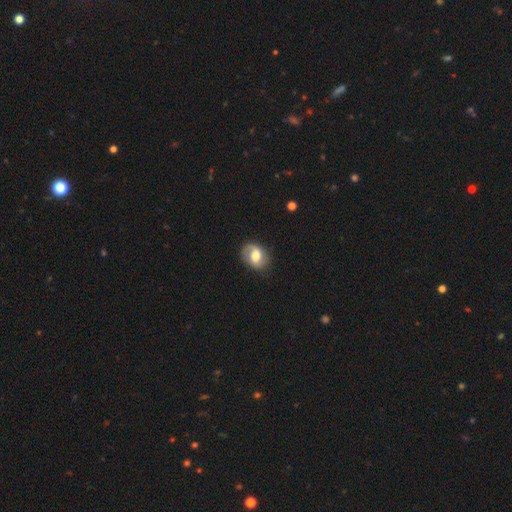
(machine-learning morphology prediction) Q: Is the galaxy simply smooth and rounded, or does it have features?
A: featured or disk — 56%.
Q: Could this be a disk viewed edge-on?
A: no — 97%.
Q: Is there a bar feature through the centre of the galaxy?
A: weak — 44%.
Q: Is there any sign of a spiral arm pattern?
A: yes — 84%.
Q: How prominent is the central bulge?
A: moderate — 60%.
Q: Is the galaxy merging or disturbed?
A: none — 78%.